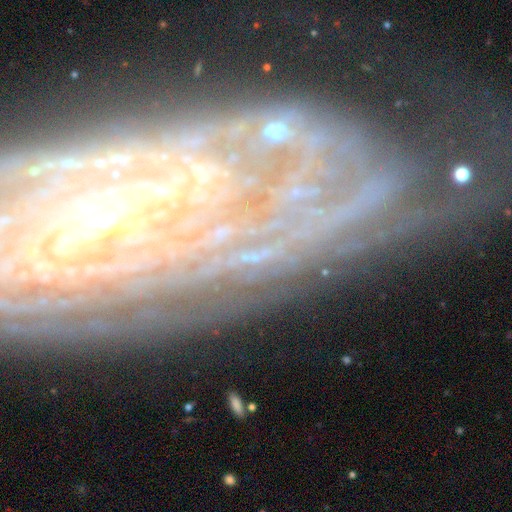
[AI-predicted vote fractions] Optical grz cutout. It shows a featured or disk galaxy (62%) with no bar (59%), spiral arms (80%) and a small central bulge (53%). Merging: none (69%).